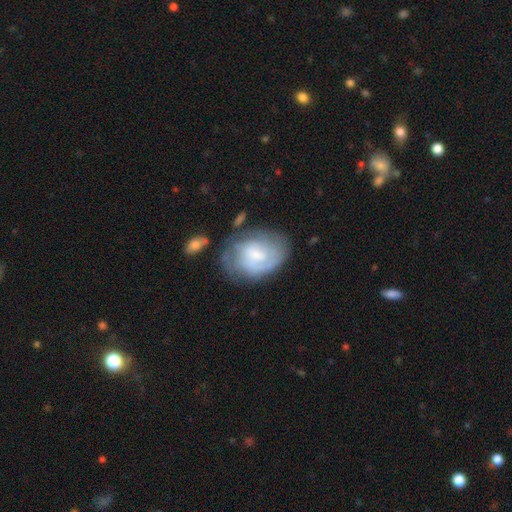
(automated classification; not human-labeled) A featured or disk galaxy (52%) with a weak bar (49%), spiral arms (68%) and a small central bulge (37%). Merging: none (53%).